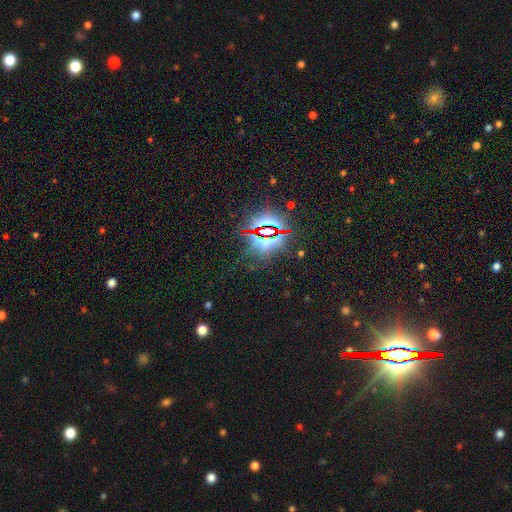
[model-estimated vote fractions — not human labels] Morphology: type=star or artifact (85%).